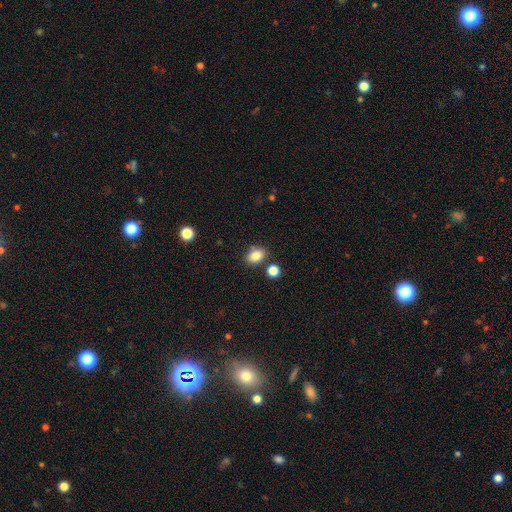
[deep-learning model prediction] Q: Smooth or featured?
A: smooth (84%); runner-up: star or artifact (10%)
Q: How rounded?
A: in between (73%); runner-up: round (26%)
Q: Merging?
A: none (77%); runner-up: minor disturbance (12%)